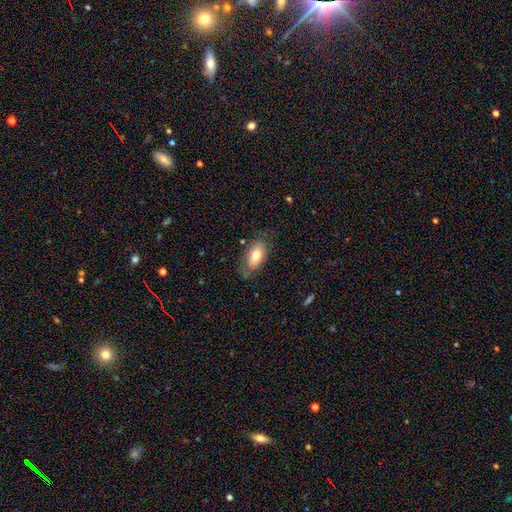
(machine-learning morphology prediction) A smooth galaxy with no disk features (72%) that is in between round and cigar-shaped (89%). Merging: none (68%).